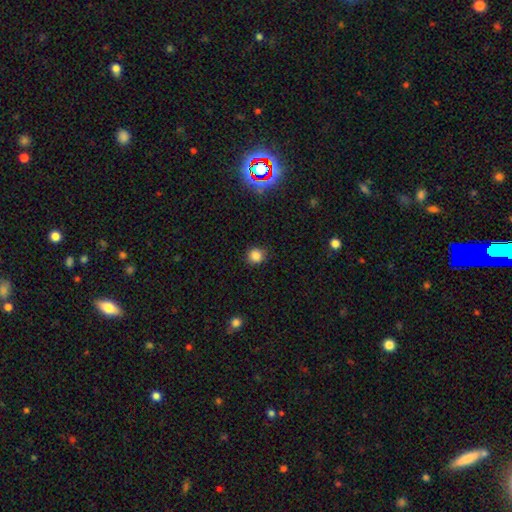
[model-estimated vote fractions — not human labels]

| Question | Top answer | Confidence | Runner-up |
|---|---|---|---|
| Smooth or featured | smooth | 82% | star or artifact (14%) |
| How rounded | round | 87% | in between (12%) |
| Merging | none | 86% | minor disturbance (11%) |